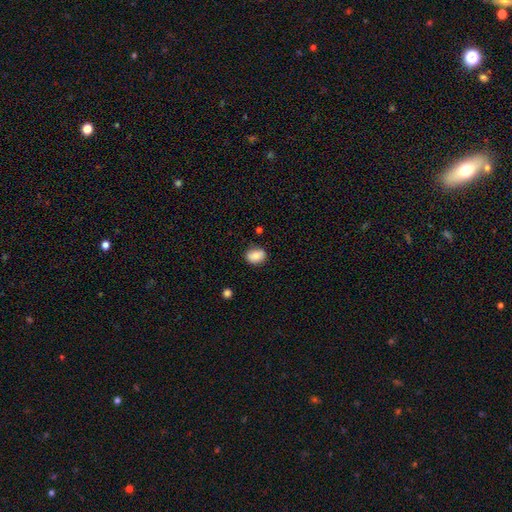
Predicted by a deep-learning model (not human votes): smooth 85%, star or artifact 8%, featured or disk 7%. Down the decision tree: how rounded — in between (61%); merging — none (79%).